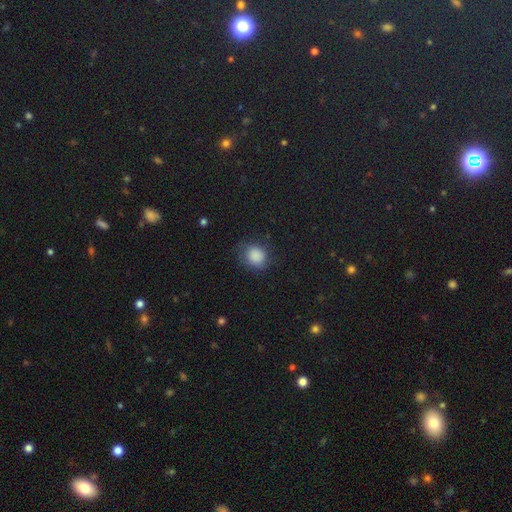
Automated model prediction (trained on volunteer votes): Overall: smooth (86%). How rounded: round (72%). Merging: none (74%).